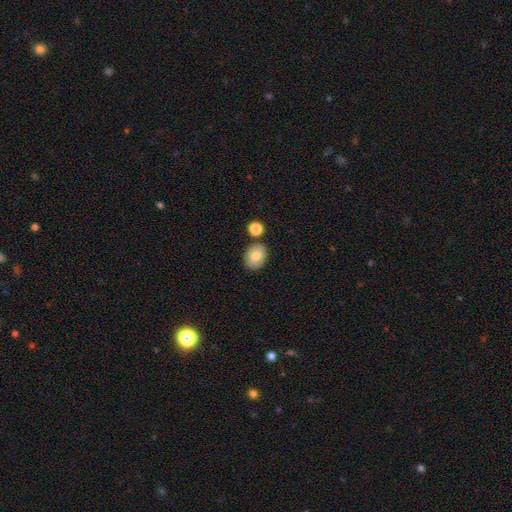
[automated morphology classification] smooth-or-featured: smooth: 77% | featured or disk: 15% | star or artifact: 8%
  how-rounded: in between: 57% | round: 42% | cigar-shaped: 1%
  merging: none: 79% | minor disturbance: 11% | merger: 8% | major disturbance: 2%